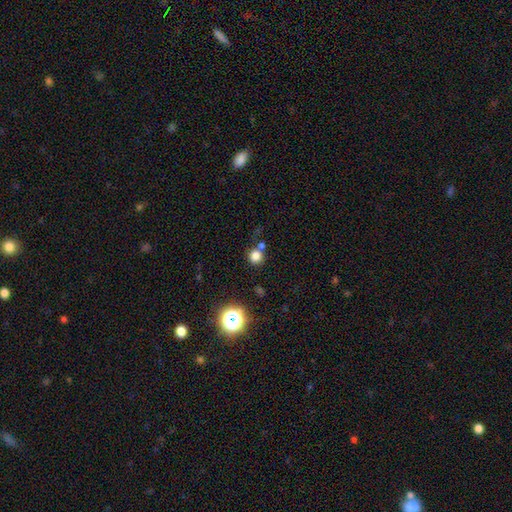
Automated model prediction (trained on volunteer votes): A smooth galaxy with no disk features (78%) that is round (91%). Merging: none (69%).